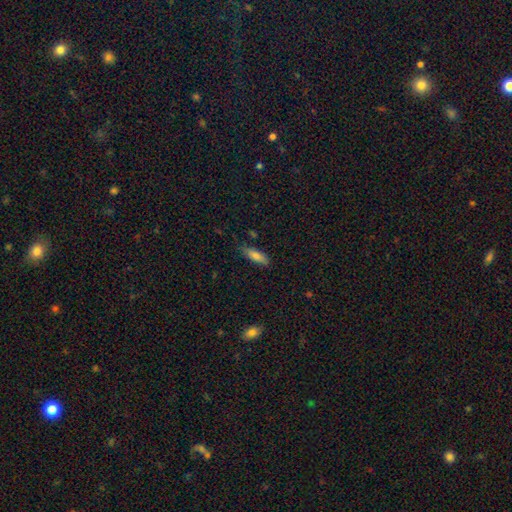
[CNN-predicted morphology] A smooth galaxy with no disk features (77%) that is cigar-shaped (55%). Merging: none (77%).